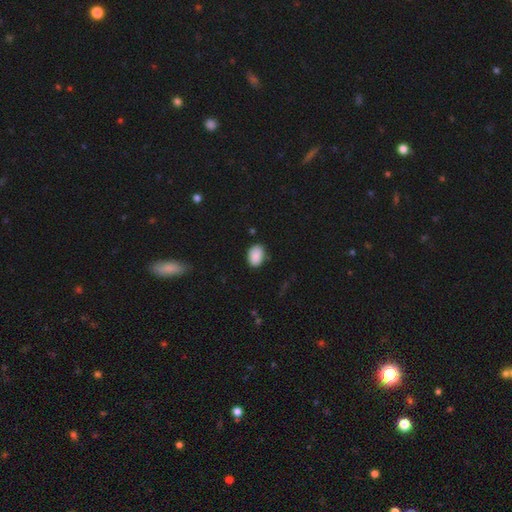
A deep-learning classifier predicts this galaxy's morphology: Smooth or featured: smooth — 90% (star or artifact — 7%)
How rounded: in between — 86% (round — 12%)
Merging: none — 82% (minor disturbance — 14%)